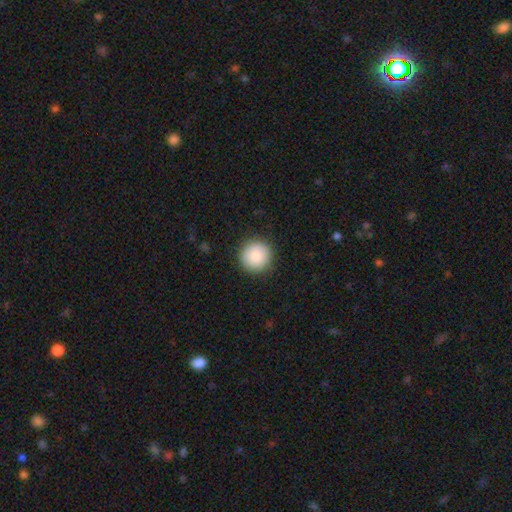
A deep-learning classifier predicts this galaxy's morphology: A smooth galaxy with no disk features (88%) that is round (96%). Merging: none (91%).